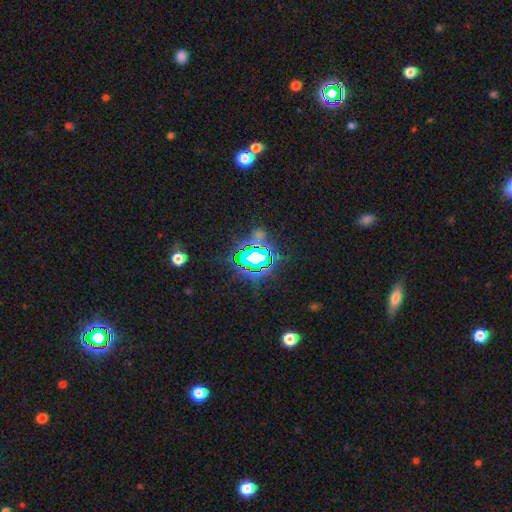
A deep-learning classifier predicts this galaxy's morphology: type=star or artifact (75%).